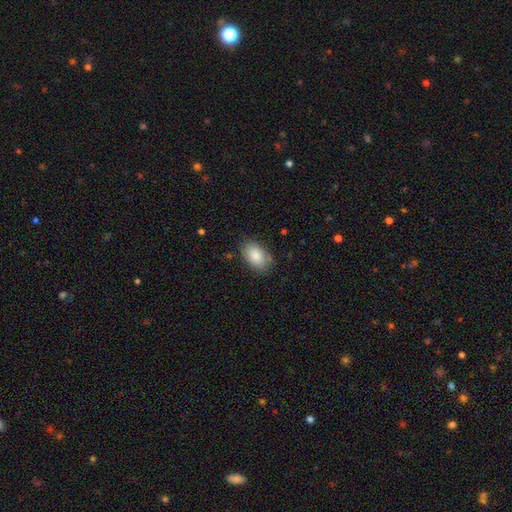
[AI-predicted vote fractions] smooth 86%, featured or disk 7%, star or artifact 7%. Down the decision tree: how rounded — in between (91%); merging — none (80%).